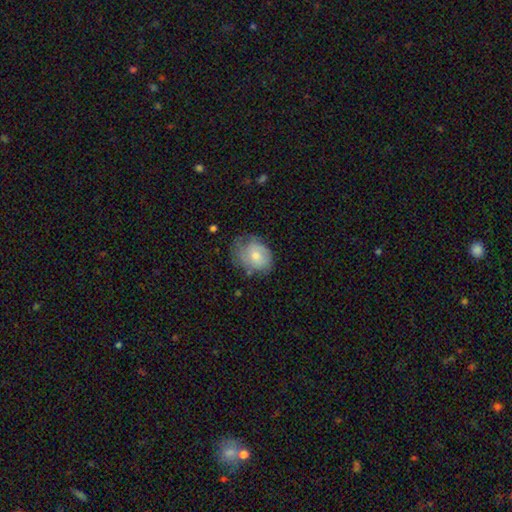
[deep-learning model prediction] smooth-or-featured: smooth: 51% | featured or disk: 42% | star or artifact: 8%
  how-rounded: in between: 62% | round: 37% | cigar-shaped: 1%
  merging: none: 53% | minor disturbance: 31% | major disturbance: 14% | merger: 2%